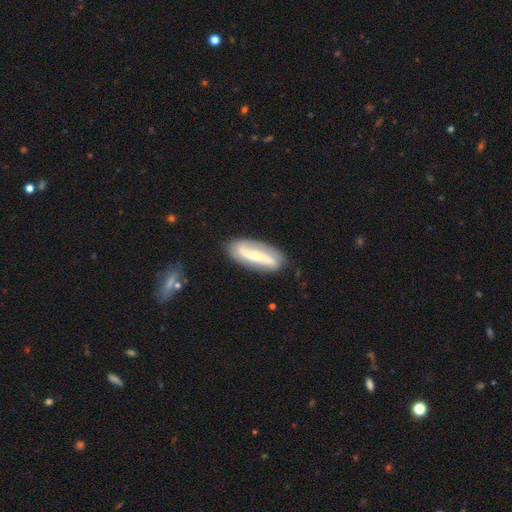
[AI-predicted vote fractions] Morphology: type=featured or disk (71%); edge-on=no (84%); bar=strong (46%); spiral arms=yes (86%); winding=loose (52%); arm count=2 (86%); bulge=small (55%); merging=none (83%).